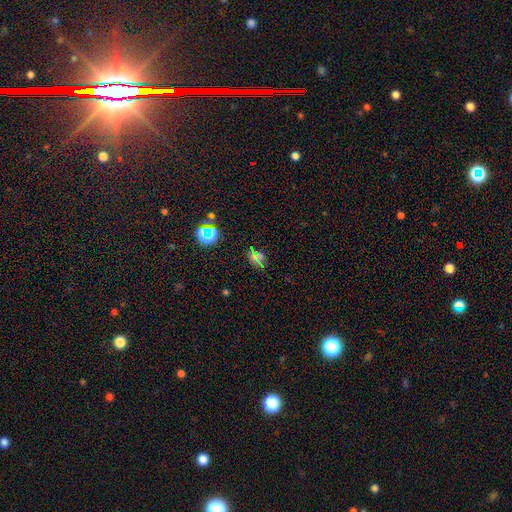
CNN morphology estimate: type=star or artifact (46%).